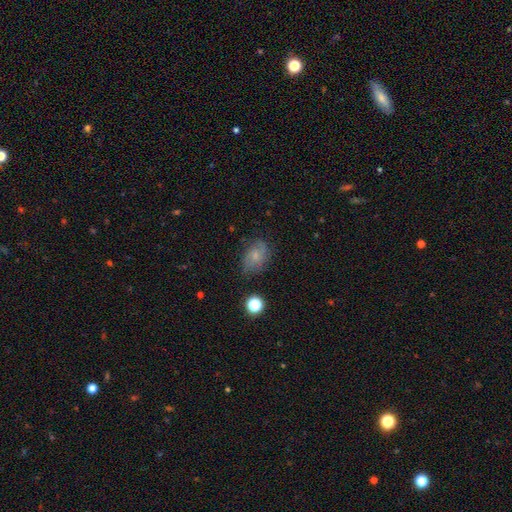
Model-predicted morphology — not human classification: type=smooth (46%); merging=none (67%).